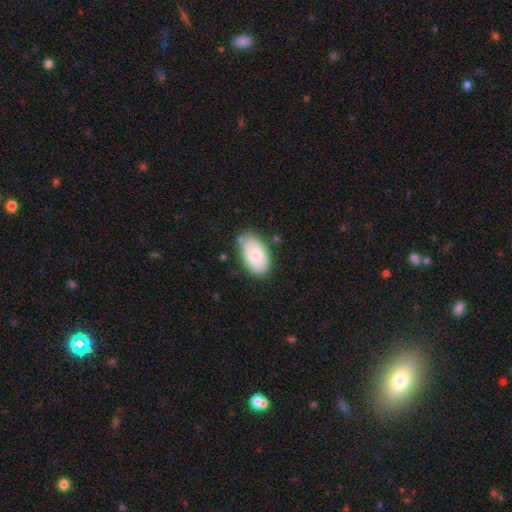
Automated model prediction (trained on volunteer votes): smooth 74%, featured or disk 20%, star or artifact 6%. Down the decision tree: how rounded — in between (94%); merging — none (75%).